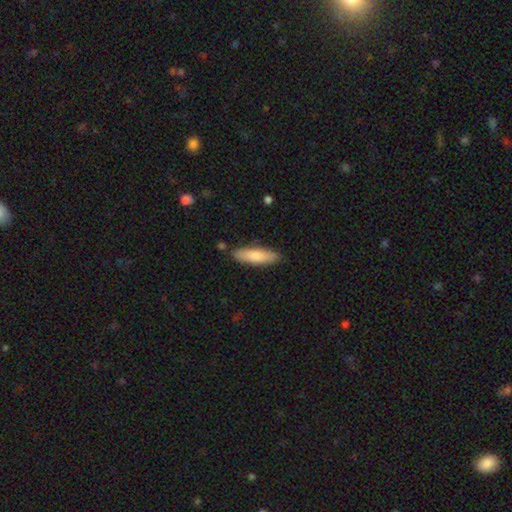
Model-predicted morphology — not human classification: smooth_or_featured: smooth (p=0.79) [alt: featured or disk p=0.16]
how_rounded: cigar-shaped (p=0.60) [alt: in between p=0.38]
merging: none (p=0.84) [alt: minor disturbance p=0.11]